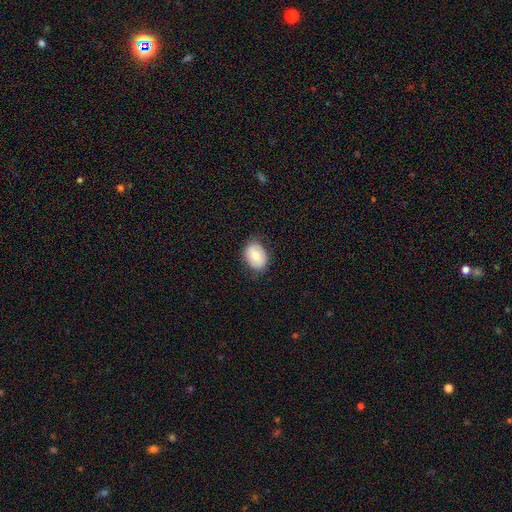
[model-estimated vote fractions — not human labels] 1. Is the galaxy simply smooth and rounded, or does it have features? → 76% smooth, 17% featured or disk, 7% star or artifact.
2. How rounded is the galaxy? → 70% in between, 29% round, 1% cigar-shaped.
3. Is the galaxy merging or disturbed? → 79% none, 17% minor disturbance, 4% major disturbance, 1% merger.